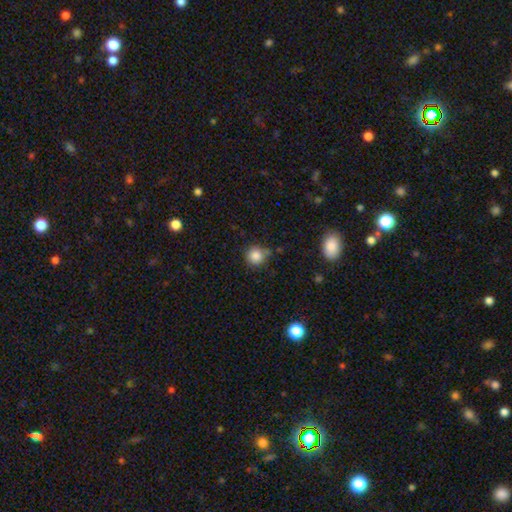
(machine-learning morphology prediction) smooth-or-featured: smooth: 85% | star or artifact: 11% | featured or disk: 5%
  how-rounded: round: 92% | in between: 7% | cigar-shaped: 1%
  merging: none: 71% | minor disturbance: 18% | merger: 7% | major disturbance: 4%